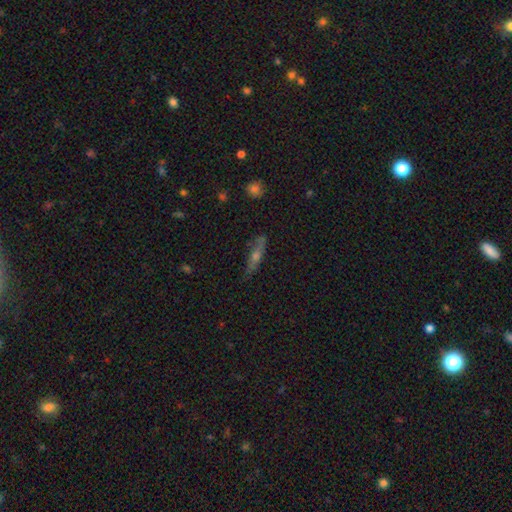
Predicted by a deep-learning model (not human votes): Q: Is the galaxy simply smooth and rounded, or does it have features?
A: featured or disk — 55%.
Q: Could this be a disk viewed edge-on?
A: yes — 86%.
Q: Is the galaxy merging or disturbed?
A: none — 80%.